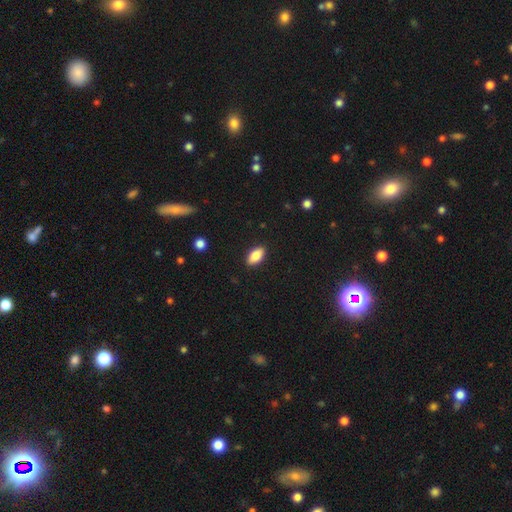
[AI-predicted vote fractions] Smooth or featured? Predicted: smooth (p=0.82). How rounded? Predicted: in between (p=0.90). Merging? Predicted: none (p=0.89).